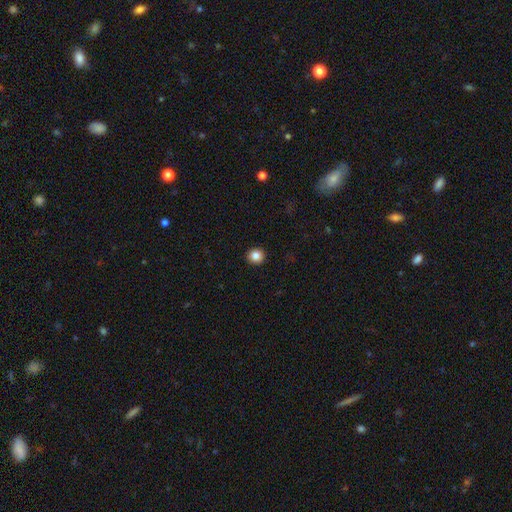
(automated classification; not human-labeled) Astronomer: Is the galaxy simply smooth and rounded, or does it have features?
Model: smooth — 85%.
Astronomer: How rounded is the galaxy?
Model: round — 91%.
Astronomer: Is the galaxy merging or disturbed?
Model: none — 93%.